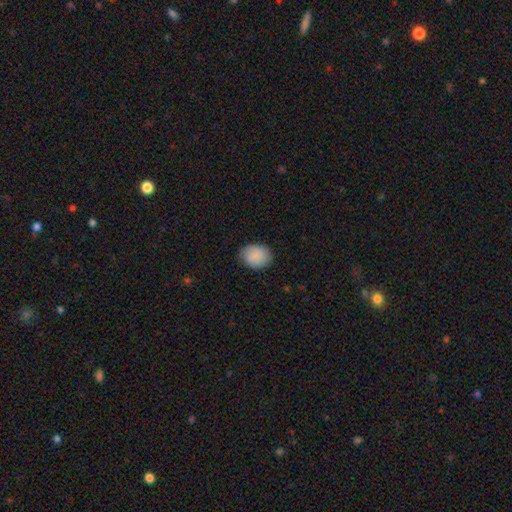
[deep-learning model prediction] Smooth or featured: smooth — 81% (featured or disk — 12%)
How rounded: in between — 51% (round — 48%)
Merging: none — 78% (minor disturbance — 17%)